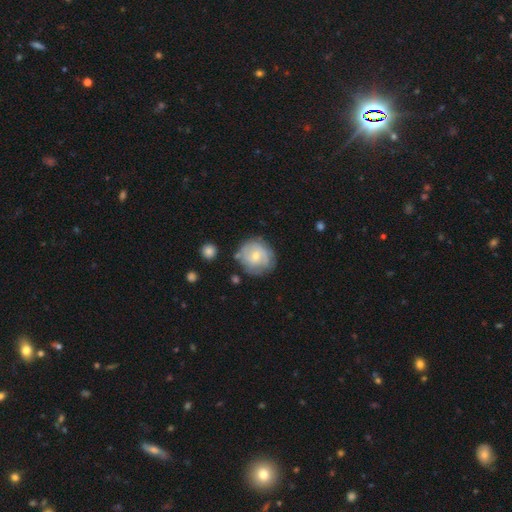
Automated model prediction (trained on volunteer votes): A featured or disk galaxy (49%). Merging: none (69%).